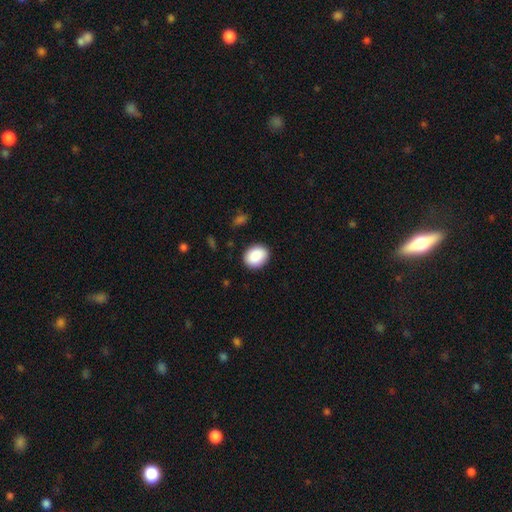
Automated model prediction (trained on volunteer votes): The model was most divided on "how rounded": in between: 50%, round: 49%, cigar-shaped: 1%. More confident: smooth or featured — smooth (89%); merging — none (88%).